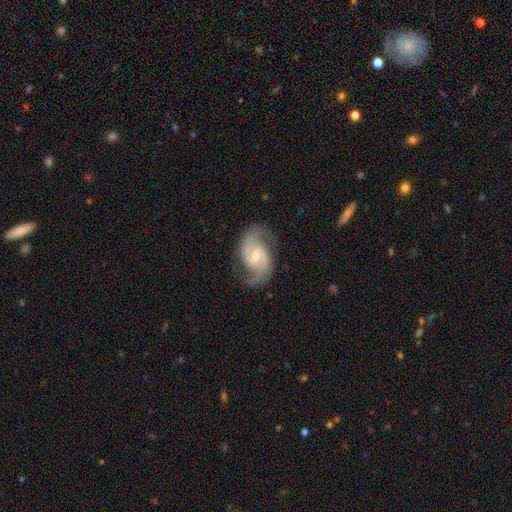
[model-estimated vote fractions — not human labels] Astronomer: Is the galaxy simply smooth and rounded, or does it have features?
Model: featured or disk — 91%.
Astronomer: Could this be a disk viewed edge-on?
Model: no — 98%.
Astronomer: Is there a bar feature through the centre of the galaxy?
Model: weak — 52% (runner-up: no, 36%).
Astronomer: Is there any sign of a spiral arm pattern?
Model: yes — 98%.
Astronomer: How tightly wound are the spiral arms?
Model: medium — 59%.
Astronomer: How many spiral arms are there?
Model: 2 — 90%.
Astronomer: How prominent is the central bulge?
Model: small — 54% (runner-up: moderate, 42%).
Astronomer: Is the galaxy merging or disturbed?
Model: none — 78%.